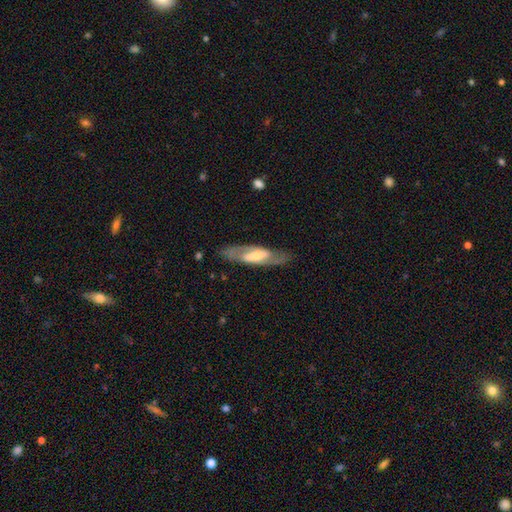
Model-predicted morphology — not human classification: type=featured or disk (73%); edge-on=no (80%); bar=strong (54%); spiral arms=yes (82%); bulge=moderate (38%); merging=none (80%).